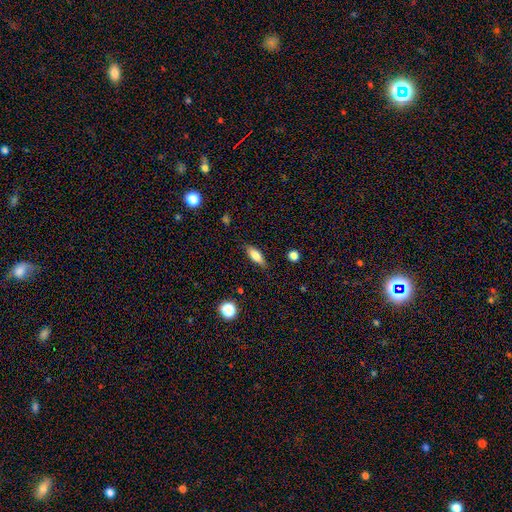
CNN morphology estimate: Smooth or featured: smooth — 73% (featured or disk — 19%)
How rounded: in between — 63% (cigar-shaped — 34%)
Merging: none — 81% (minor disturbance — 14%)